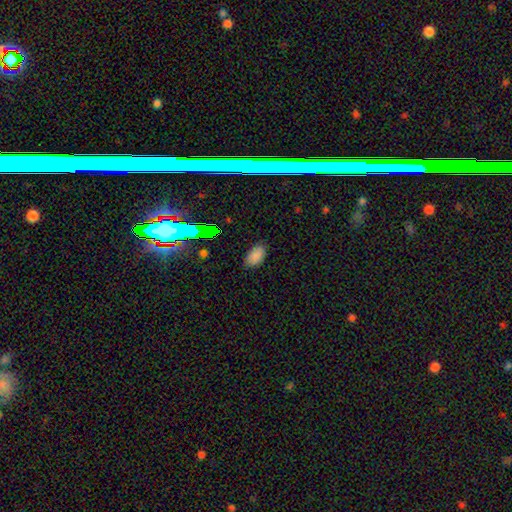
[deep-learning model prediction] Smooth or featured: smooth — 83% (star or artifact — 12%)
How rounded: in between — 93% (round — 5%)
Merging: none — 83% (minor disturbance — 13%)